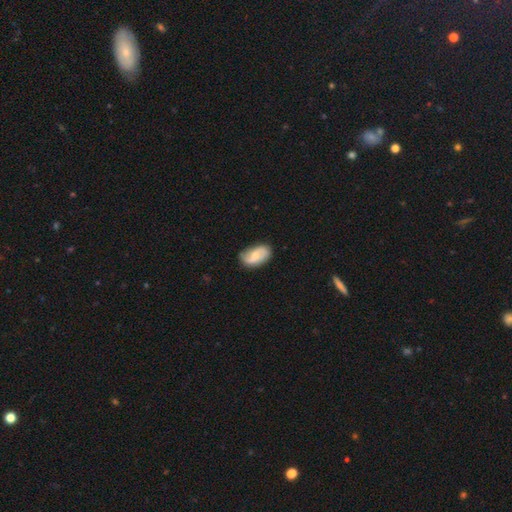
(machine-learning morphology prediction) smooth_or_featured: featured or disk (p=0.53) [alt: smooth p=0.40]
disk_edge_on: no (p=0.96) [alt: yes p=0.04]
bar: no (p=0.47) [alt: weak p=0.44]
has_spiral_arms: yes (p=0.89) [alt: no p=0.11]
bulge_size: small (p=0.40) [alt: moderate p=0.37]
merging: none (p=0.72) [alt: minor disturbance p=0.21]